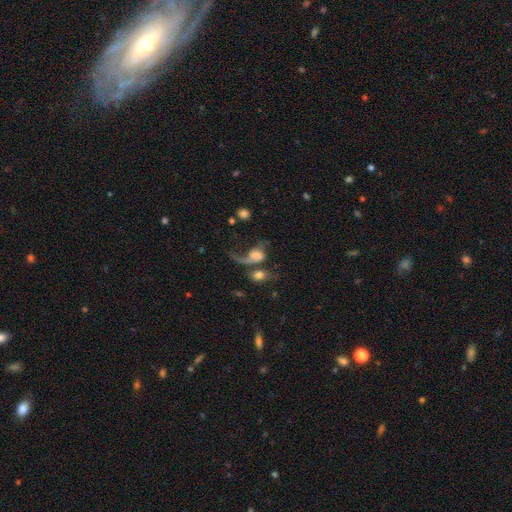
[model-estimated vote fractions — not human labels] smooth_or_featured: featured or disk (p=0.49) [alt: smooth p=0.38]
merging: major disturbance (p=0.36) [alt: merger p=0.32]